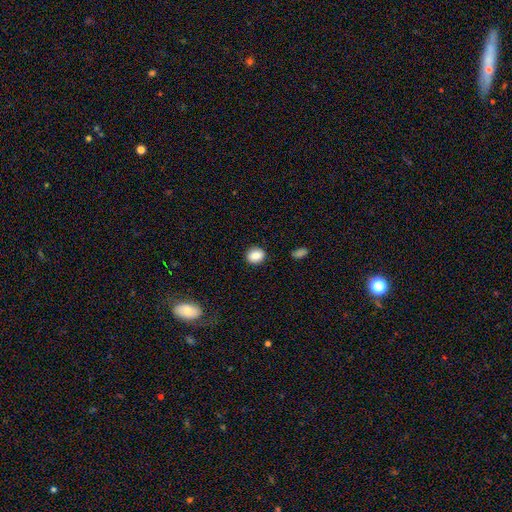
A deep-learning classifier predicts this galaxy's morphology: Overall: smooth (87%). How rounded: round (56%; in between 43%). Merging: none (88%).